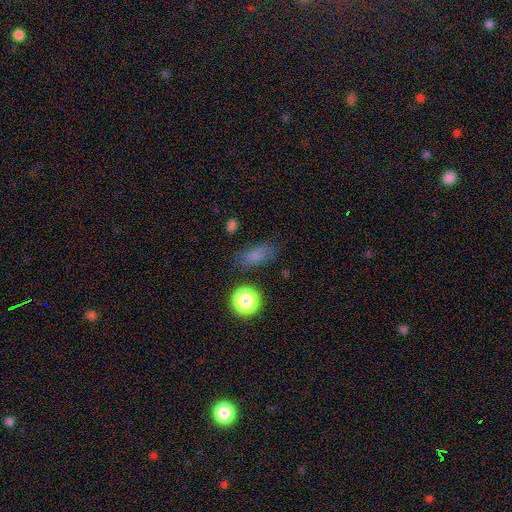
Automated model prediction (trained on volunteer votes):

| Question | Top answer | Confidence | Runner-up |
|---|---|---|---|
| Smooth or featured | smooth | 76% | star or artifact (17%) |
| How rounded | in between | 70% | cigar-shaped (19%) |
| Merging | none | 76% | minor disturbance (16%) |